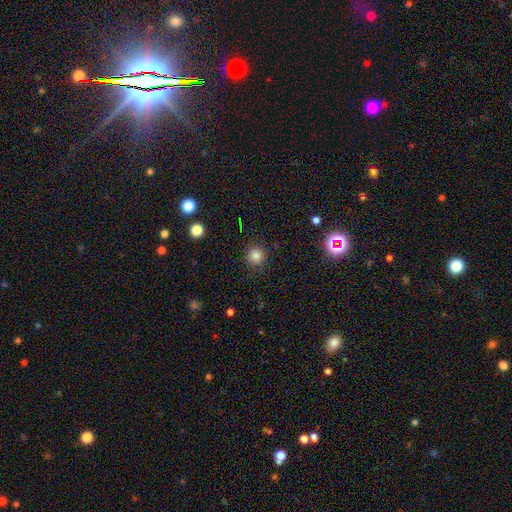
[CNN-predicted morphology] Overall: smooth (83%). How rounded: round (95%). Merging: none (88%).